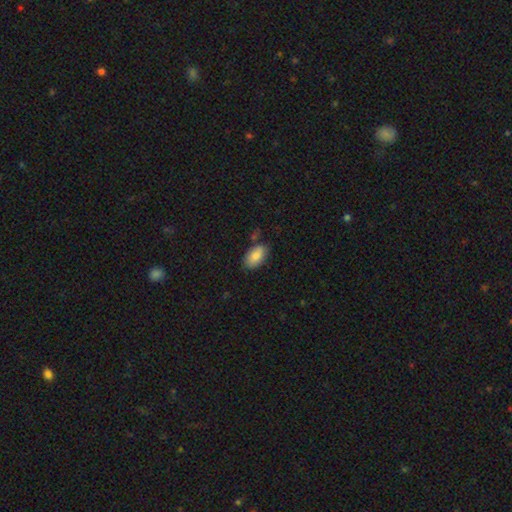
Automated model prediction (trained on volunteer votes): Overall: smooth (83%). How rounded: in between (93%). Merging: none (74%).